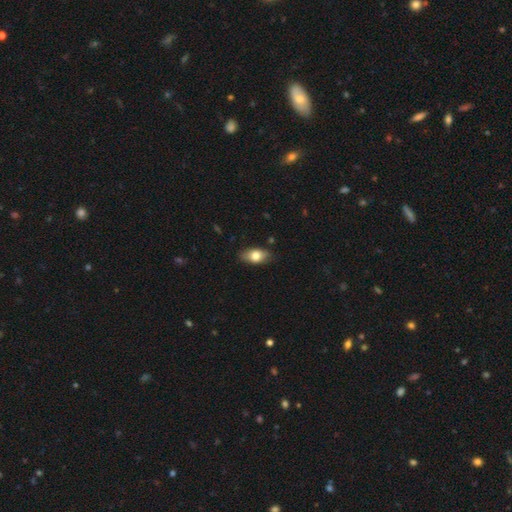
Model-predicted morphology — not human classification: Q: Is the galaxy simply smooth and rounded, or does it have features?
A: smooth — 76%.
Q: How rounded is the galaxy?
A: in between — 88%.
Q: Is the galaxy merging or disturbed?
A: none — 83%.